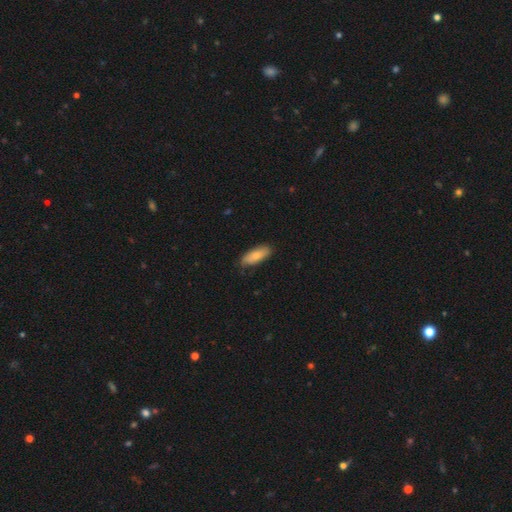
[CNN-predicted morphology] Smooth or featured? Predicted: smooth (p=0.80). How rounded? Predicted: in between (p=0.69). Merging? Predicted: none (p=0.82).